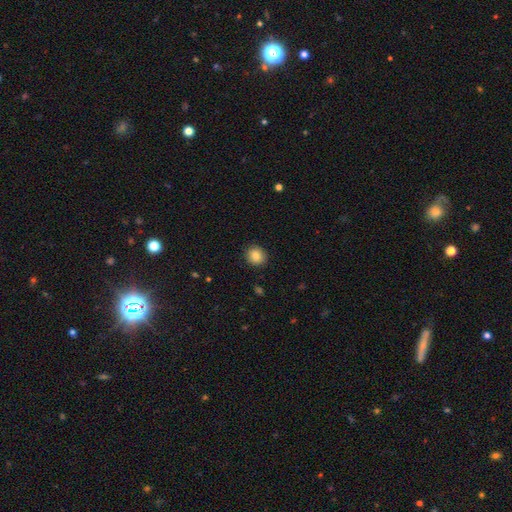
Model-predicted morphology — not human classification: This is clearly a smooth galaxy (84%). How rounded: clearly round (85%). Merging: clearly none (91%).